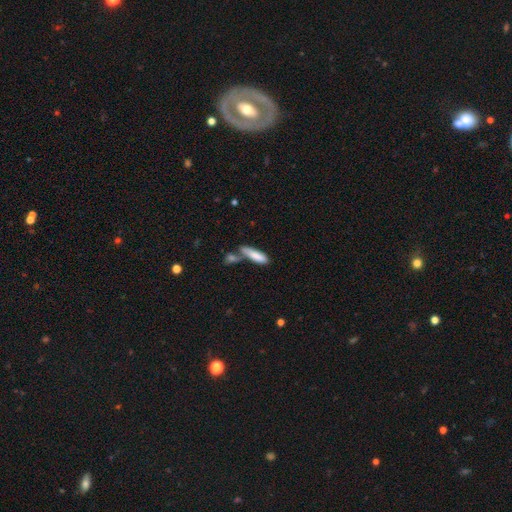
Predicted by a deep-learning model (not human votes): smooth-or-featured: smooth: 81% | featured or disk: 12% | star or artifact: 7%
  how-rounded: cigar-shaped: 62% | in between: 36% | round: 2%
  merging: none: 45% | merger: 34% | minor disturbance: 15% | major disturbance: 6%